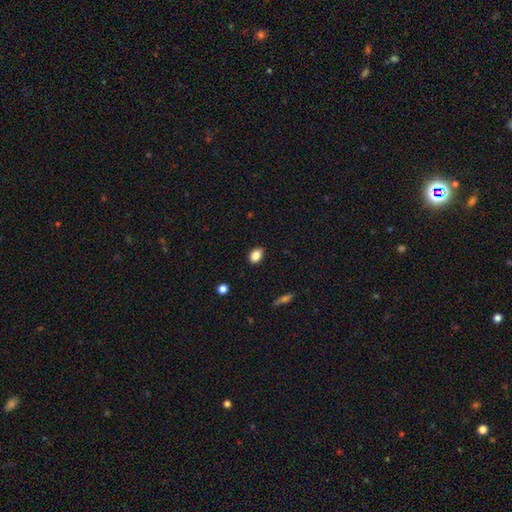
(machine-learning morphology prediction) Smooth or featured: smooth — 86% (star or artifact — 9%)
How rounded: in between — 77% (round — 21%)
Merging: none — 85% (minor disturbance — 12%)